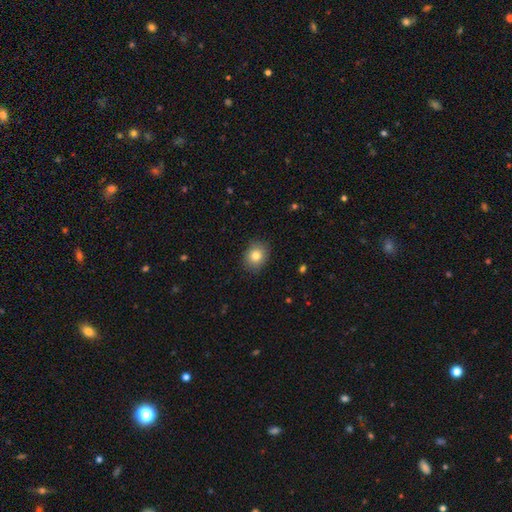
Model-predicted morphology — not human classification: This is clearly a smooth galaxy (81%). How rounded: possibly round (58%). Merging: clearly none (88%).